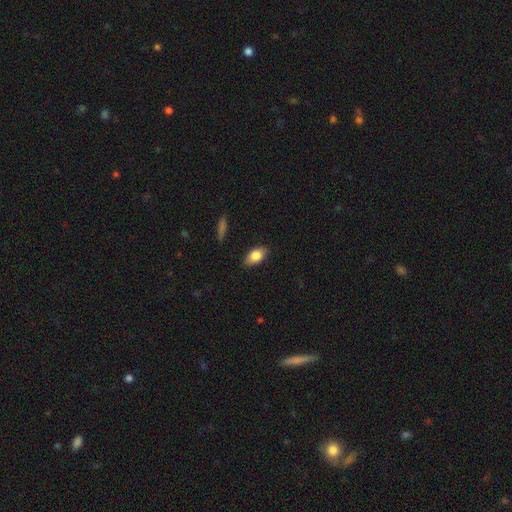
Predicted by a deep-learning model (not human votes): Smooth or featured? Predicted: smooth (p=0.82). How rounded? Predicted: in between (p=0.89). Merging? Predicted: none (p=0.85).